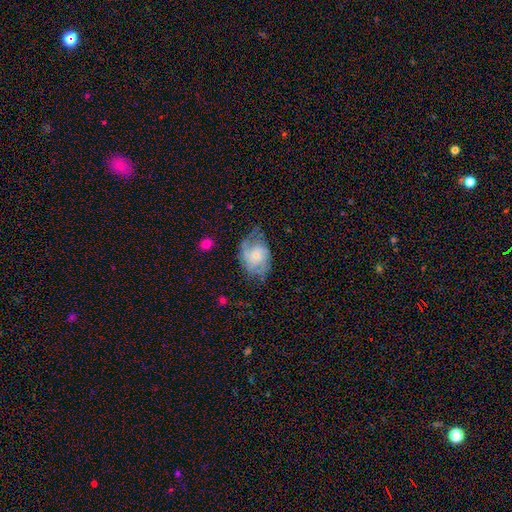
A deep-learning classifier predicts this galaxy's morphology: smooth-or-featured: featured or disk: 75% | smooth: 19% | star or artifact: 7%
  disk-edge-on: no: 97% | yes: 3%
    bar: no: 71% | weak: 26% | strong: 4%
    has-spiral-arms: yes: 93% | no: 7%
      spiral-winding: medium: 45% | tight: 35% | loose: 20%
      spiral-arm-count: 2: 46% | can't tell: 22% | 3: 16% | 1: 6% | 4: 5% | more than 4: 4%
    bulge-size: small: 67% | moderate: 27% | none: 3% | large: 2% | dominant: 1%
  merging: none: 57% | minor disturbance: 26% | major disturbance: 15% | merger: 2%